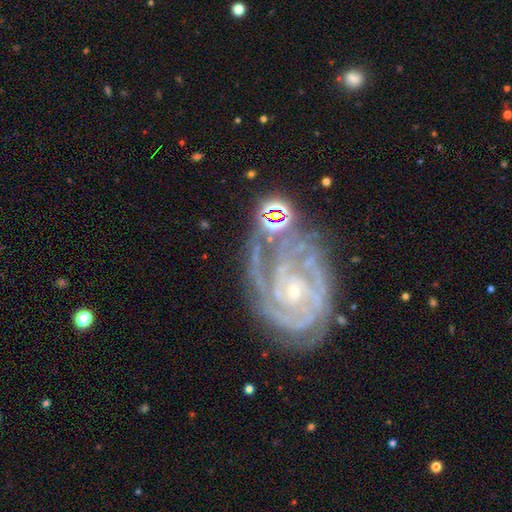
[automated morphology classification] Smooth or featured? Predicted: featured or disk (p=0.89). Edge-on disk? Predicted: no (p=0.98). Bar? Predicted: no (p=0.68). Spiral arms? Predicted: yes (p=0.98). Spiral winding? Predicted: tight (p=0.72). Spiral arm count? Predicted: 3 (p=0.27). Bulge size? Predicted: small (p=0.78). Merging? Predicted: none (p=0.52).